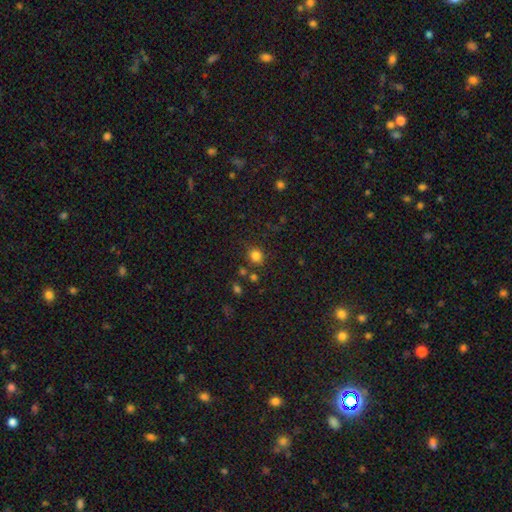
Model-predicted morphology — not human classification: Overall: smooth (82%). How rounded: round (80%). Merging: none (81%).